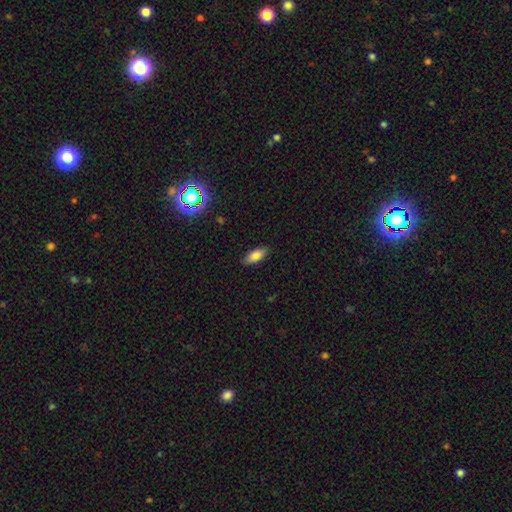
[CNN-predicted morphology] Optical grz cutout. It shows a smooth galaxy with no disk features (83%) that is in between round and cigar-shaped (84%). Merging: none (87%).